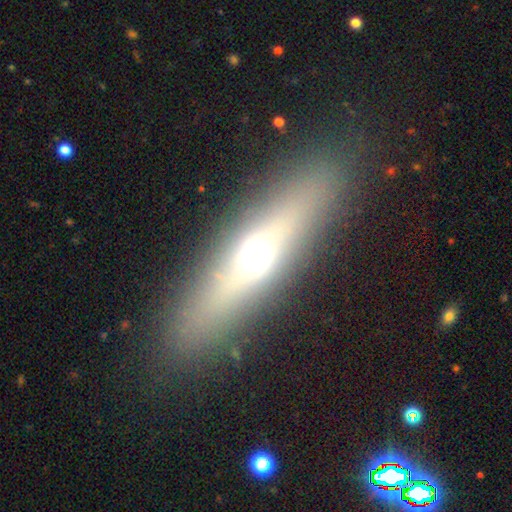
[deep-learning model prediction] Overall: featured or disk (46%; smooth 45%). Merging: none (88%).